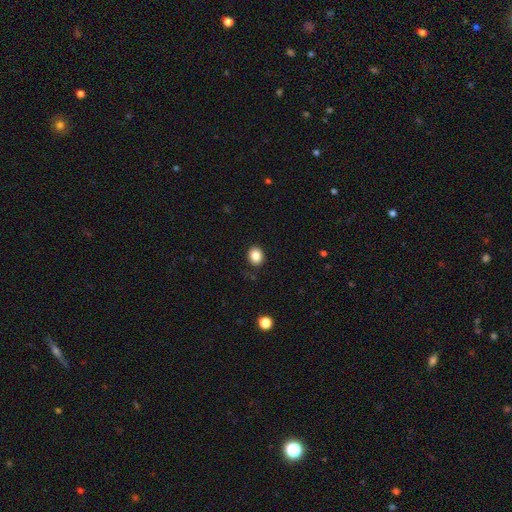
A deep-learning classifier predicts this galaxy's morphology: smooth-or-featured: smooth: 85% | star or artifact: 10% | featured or disk: 5%
  how-rounded: round: 60% | in between: 40% | cigar-shaped: 1%
  merging: none: 89% | minor disturbance: 7% | major disturbance: 2% | merger: 1%